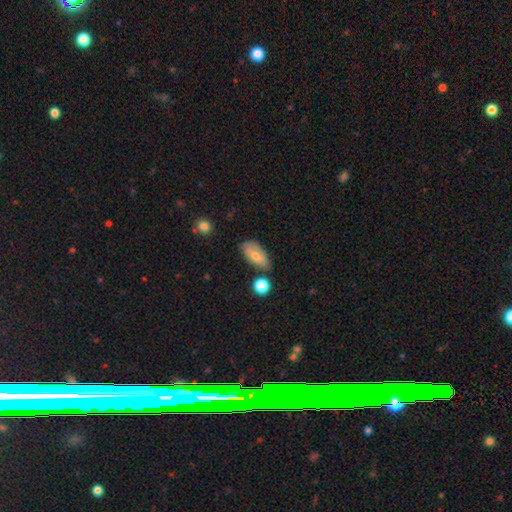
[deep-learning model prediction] Q: Smooth or featured?
A: smooth (65%); runner-up: featured or disk (27%)
Q: How rounded?
A: in between (88%); runner-up: cigar-shaped (7%)
Q: Merging?
A: none (64%); runner-up: minor disturbance (24%)